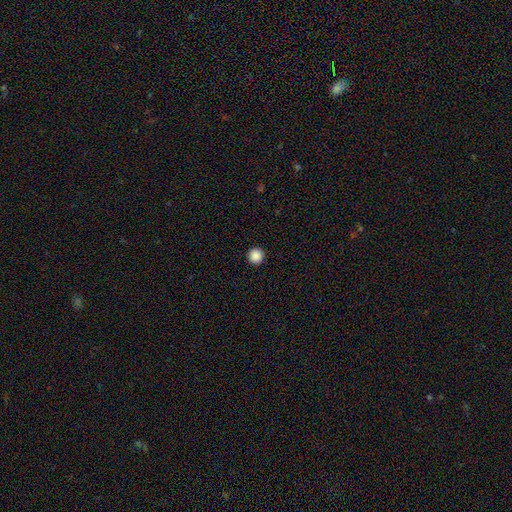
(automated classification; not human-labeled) Smooth or featured?
  - smooth: 88% *
  - star or artifact: 9%
  - featured or disk: 2%
How rounded?
  - round: 97% *
  - in between: 2%
  - cigar-shaped: 1%
Merging?
  - none: 94% *
  - minor disturbance: 4%
  - major disturbance: 1%
  - merger: 1%